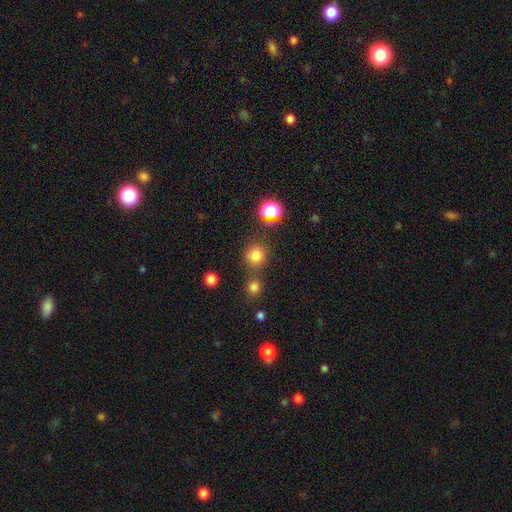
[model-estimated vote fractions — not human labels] Overall: smooth (77%). How rounded: round (90%). Merging: none (74%).